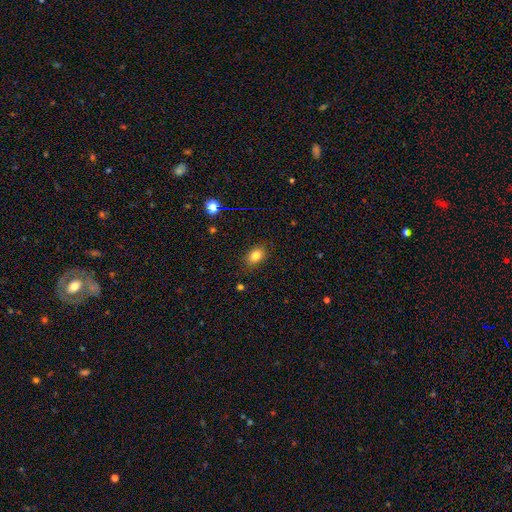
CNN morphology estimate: Overall: smooth (82%). How rounded: in between (77%). Merging: none (85%).